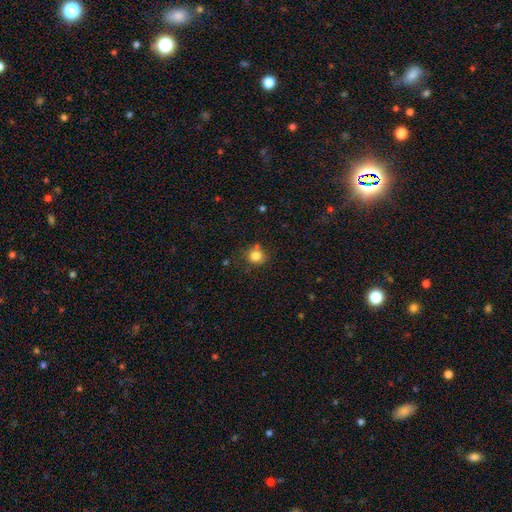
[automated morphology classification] The model was most divided on "merging": none: 69%, minor disturbance: 17%, merger: 10%, major disturbance: 5%. More confident: how rounded — round (83%); smooth or featured — smooth (82%).